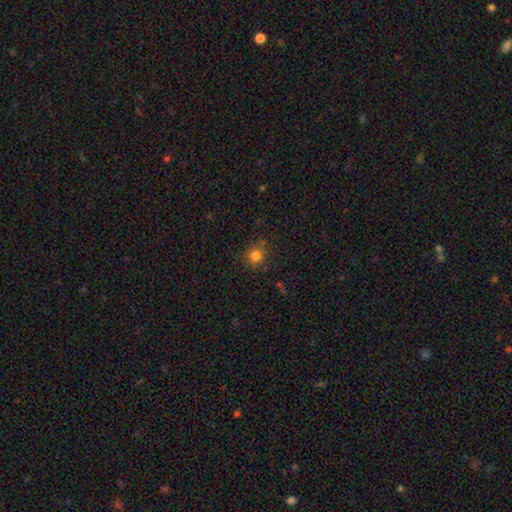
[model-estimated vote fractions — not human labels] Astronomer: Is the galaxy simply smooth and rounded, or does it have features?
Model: smooth — 80%.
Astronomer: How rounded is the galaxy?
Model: round — 86%.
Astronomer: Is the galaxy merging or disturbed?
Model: none — 81%.